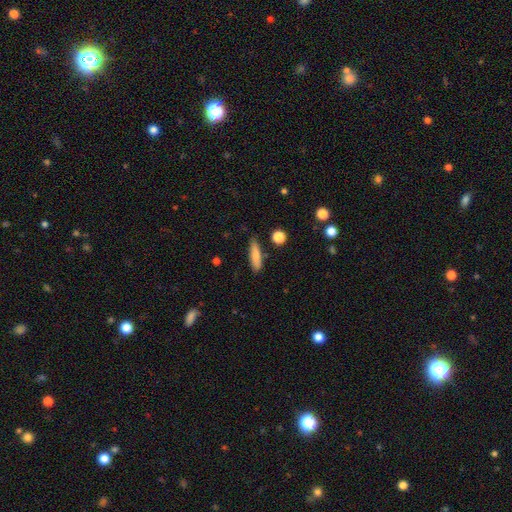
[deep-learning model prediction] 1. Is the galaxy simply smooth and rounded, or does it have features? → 81% smooth, 12% featured or disk, 7% star or artifact.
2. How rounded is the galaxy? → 69% cigar-shaped, 29% in between, 2% round.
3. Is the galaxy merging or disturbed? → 80% none, 15% minor disturbance, 3% major disturbance, 3% merger.